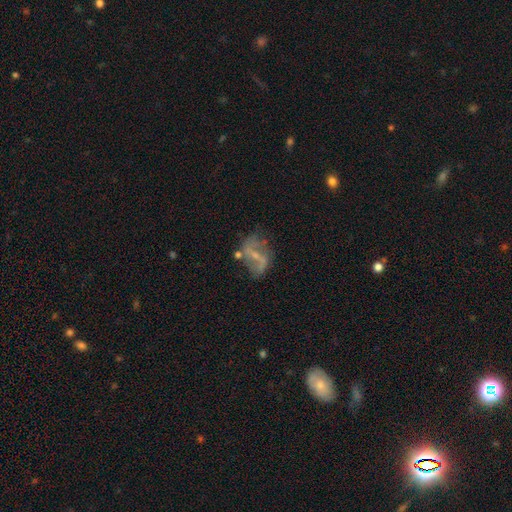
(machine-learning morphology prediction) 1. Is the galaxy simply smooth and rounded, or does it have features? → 76% featured or disk, 15% smooth, 9% star or artifact.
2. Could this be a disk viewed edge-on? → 96% no, 4% yes.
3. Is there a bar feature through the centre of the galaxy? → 47% weak, 27% strong, 26% no.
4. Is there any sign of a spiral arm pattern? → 80% yes, 20% no.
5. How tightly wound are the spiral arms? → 69% loose, 24% medium, 7% tight.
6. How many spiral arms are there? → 84% 2, 7% can't tell, 4% 1, 1% 3, 1% 4, 1% more than 4.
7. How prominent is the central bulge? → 62% small, 20% none, 16% moderate, 1% large, 1% dominant.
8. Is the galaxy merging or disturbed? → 55% none, 22% minor disturbance, 16% major disturbance, 7% merger.